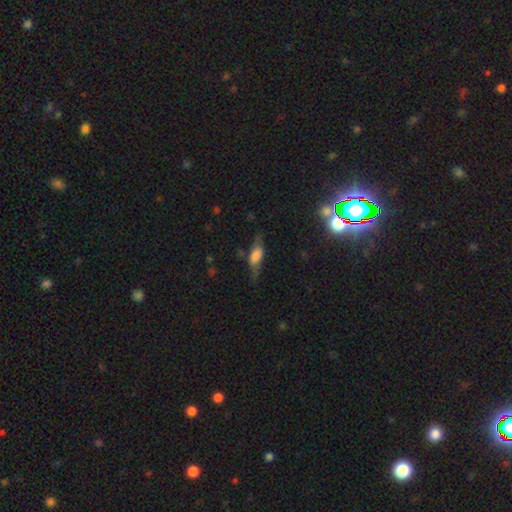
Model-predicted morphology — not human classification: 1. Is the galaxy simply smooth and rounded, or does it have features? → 55% smooth, 36% featured or disk, 9% star or artifact.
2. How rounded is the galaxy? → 67% in between, 29% cigar-shaped, 4% round.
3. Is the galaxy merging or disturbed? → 54% none, 27% minor disturbance, 16% major disturbance, 3% merger.